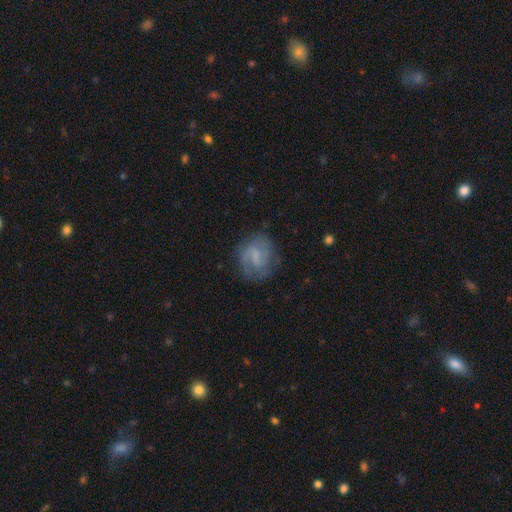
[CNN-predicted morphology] Overall: featured or disk (65%; smooth 28%). Edge-on disk: no (98%). Bar: weak (57%; no 25%). Spiral arms: yes (88%). Spiral arm count: 2 (72%). Spiral winding: medium (47%; tight 27%). Bulge size: none (43%; small 36%). Merging: none (72%).